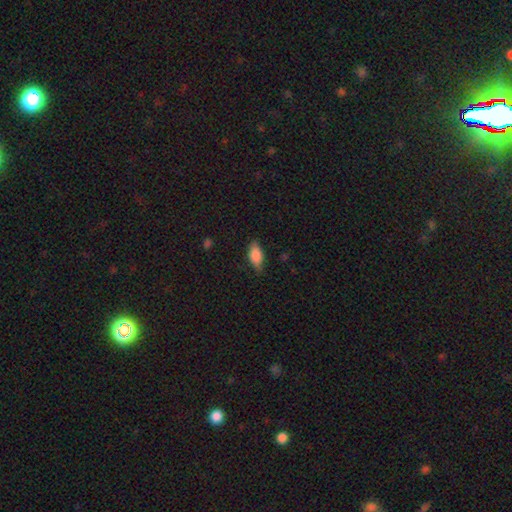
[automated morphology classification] Overall: smooth (81%). How rounded: in between (86%). Merging: none (77%).